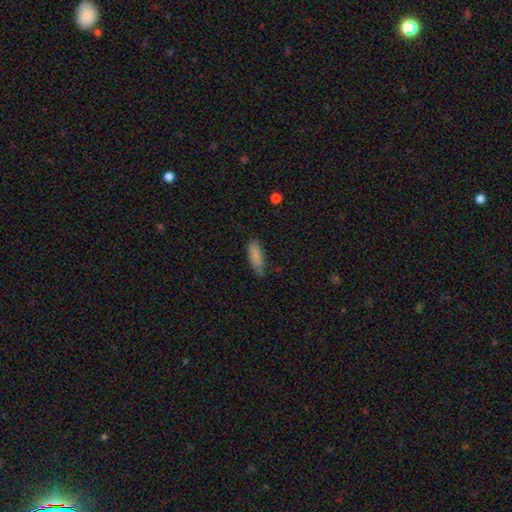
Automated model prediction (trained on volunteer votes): Morphology: type=smooth (85%); roundness=in between (56%); merging=none (67%).